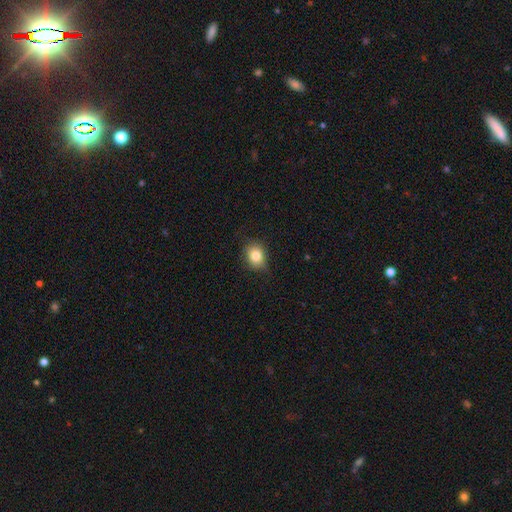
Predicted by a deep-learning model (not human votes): This is clearly a smooth galaxy (81%). How rounded: likely round (63%). Merging: likely none (75%).